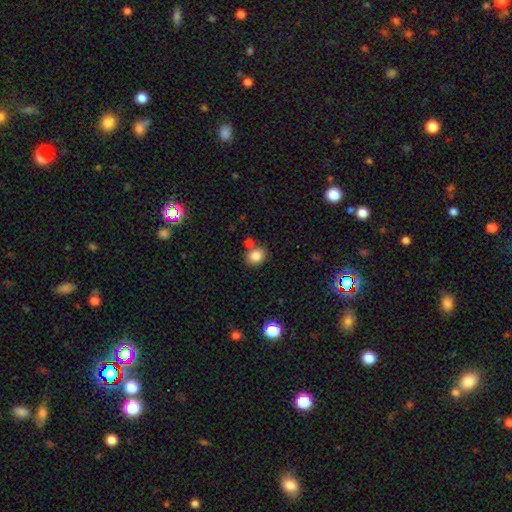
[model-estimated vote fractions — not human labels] Smooth or featured?
  - smooth: 83% *
  - star or artifact: 10%
  - featured or disk: 7%
How rounded?
  - round: 59% *
  - in between: 40%
  - cigar-shaped: 1%
Merging?
  - none: 67% *
  - merger: 18%
  - minor disturbance: 12%
  - major disturbance: 3%